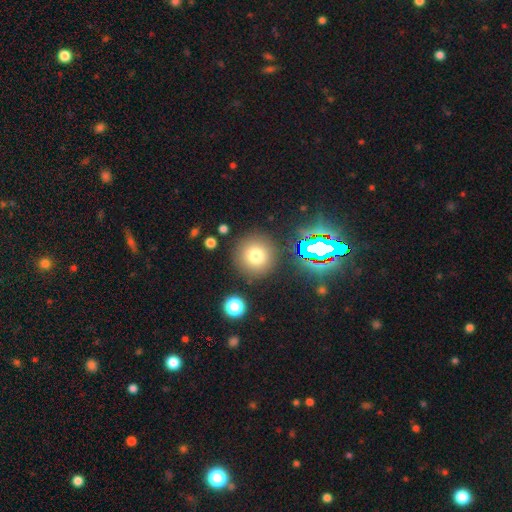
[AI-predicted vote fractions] Smooth or featured? Predicted: smooth (p=0.71). How rounded? Predicted: round (p=0.95). Merging? Predicted: none (p=0.87).